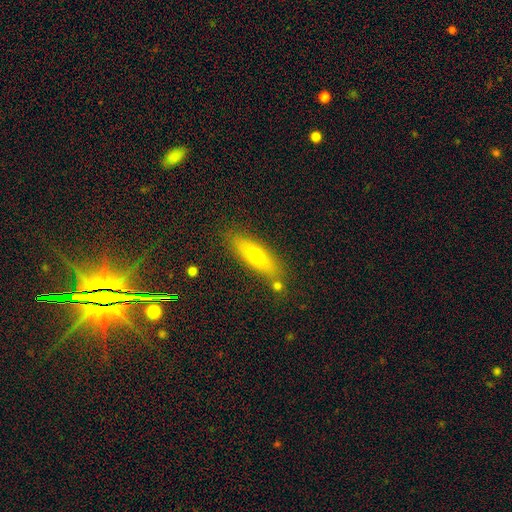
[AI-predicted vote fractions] Q: Smooth or featured?
A: smooth (56%); runner-up: featured or disk (34%)
Q: How rounded?
A: cigar-shaped (66%); runner-up: in between (32%)
Q: Merging?
A: none (81%); runner-up: minor disturbance (11%)